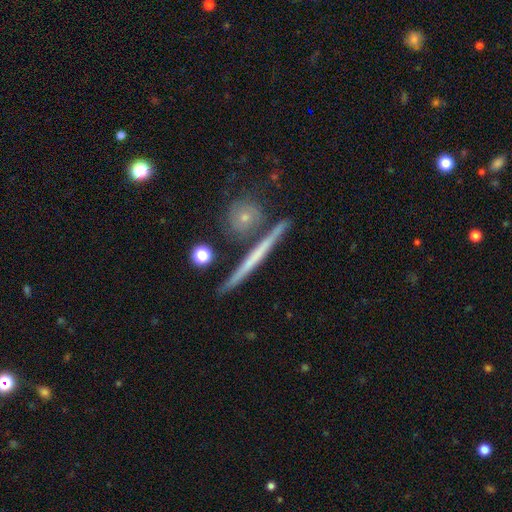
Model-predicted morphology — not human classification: Q: Smooth or featured?
A: featured or disk (58%); runner-up: smooth (35%)
Q: Edge-on disk?
A: yes (95%); runner-up: no (5%)
Q: Edge-on bulge?
A: none (84%); runner-up: rounded (12%)
Q: Merging?
A: none (82%); runner-up: minor disturbance (8%)